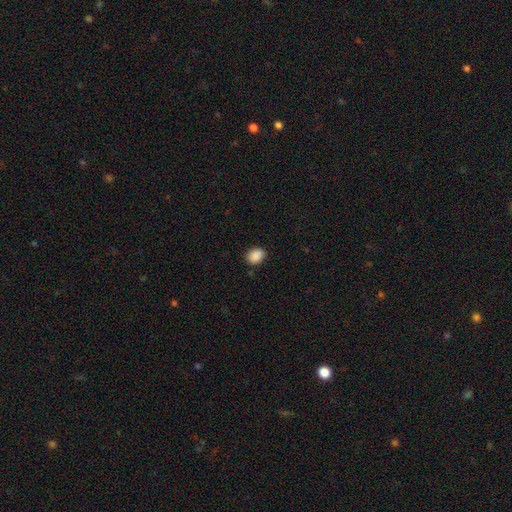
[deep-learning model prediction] smooth 89%, star or artifact 8%, featured or disk 3%. Down the decision tree: how rounded — in between (55%); merging — none (84%).